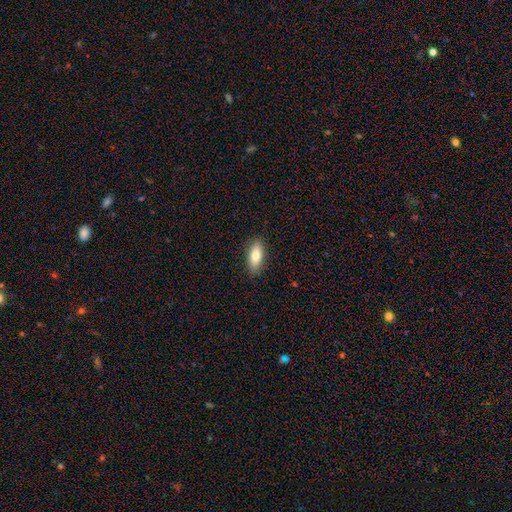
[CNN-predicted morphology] The model was most divided on "how rounded": in between: 78%, cigar-shaped: 19%, round: 3%. More confident: merging — none (89%); smooth or featured — smooth (78%).